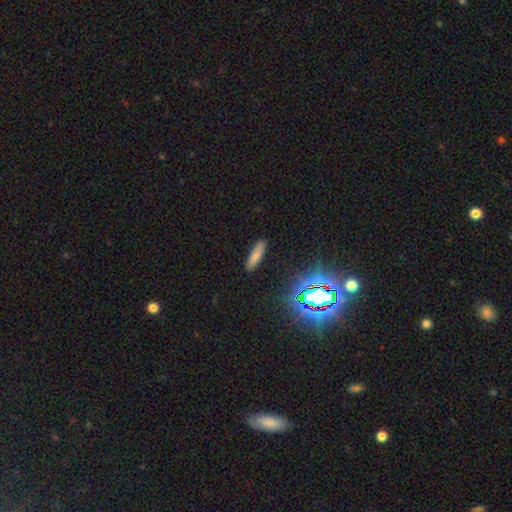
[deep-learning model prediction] The model was most divided on "how rounded": cigar-shaped: 70%, in between: 28%, round: 2%. More confident: merging — none (89%); smooth or featured — smooth (74%).